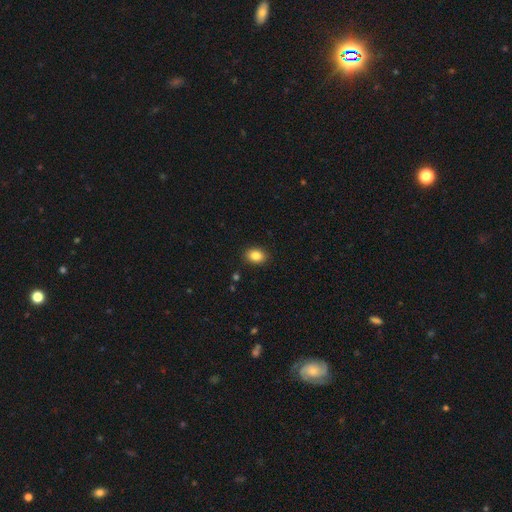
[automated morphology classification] This is clearly a smooth galaxy (86%). How rounded: likely in between (69%). Merging: clearly none (89%).